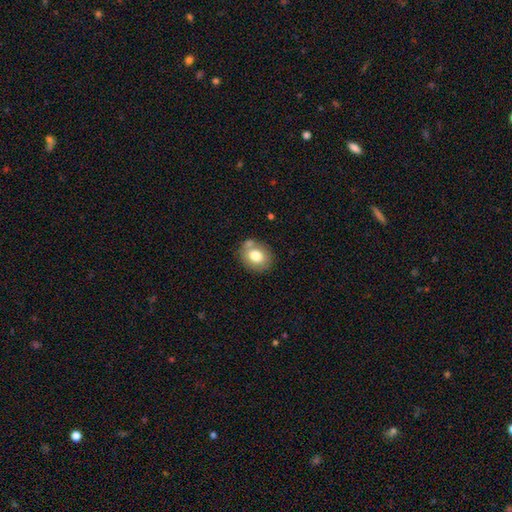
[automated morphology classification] type=smooth (76%); roundness=round (60%); merging=none (70%).